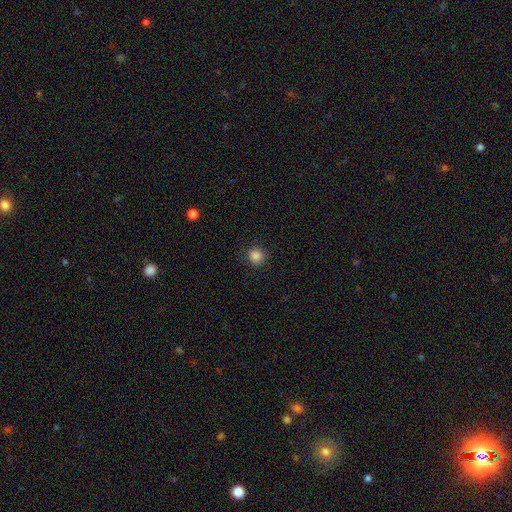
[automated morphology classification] A smooth galaxy with no disk features (86%) that is round (92%).

Vote fractions:
- Smooth or featured? smooth: 86% / star or artifact: 11% / featured or disk: 3%
- How rounded? round: 92% / in between: 7% / cigar-shaped: 1%
- Merging? none: 88% / minor disturbance: 8% / major disturbance: 3% / merger: 1%